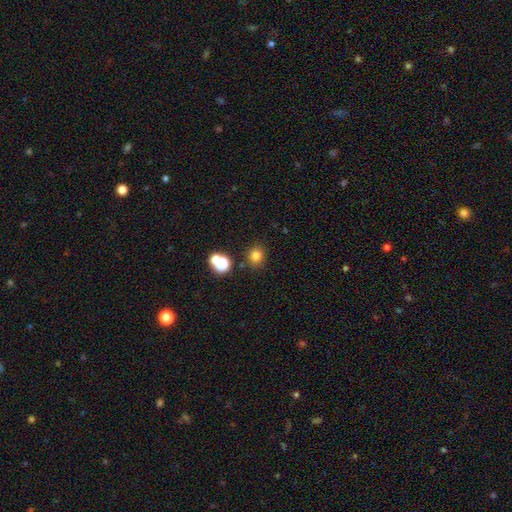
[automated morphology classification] This appears to be a smooth galaxy with no disk features (77%) that is round (81%). Merging: none (80%).